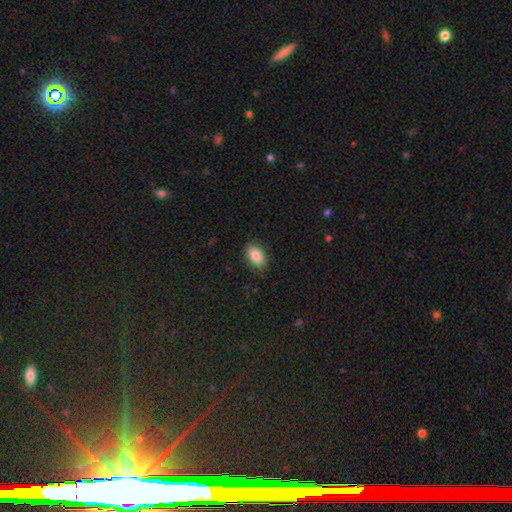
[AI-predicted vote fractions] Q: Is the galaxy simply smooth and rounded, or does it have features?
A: smooth — 87%.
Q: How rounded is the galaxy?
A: in between — 89%.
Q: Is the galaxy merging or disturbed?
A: none — 86%.